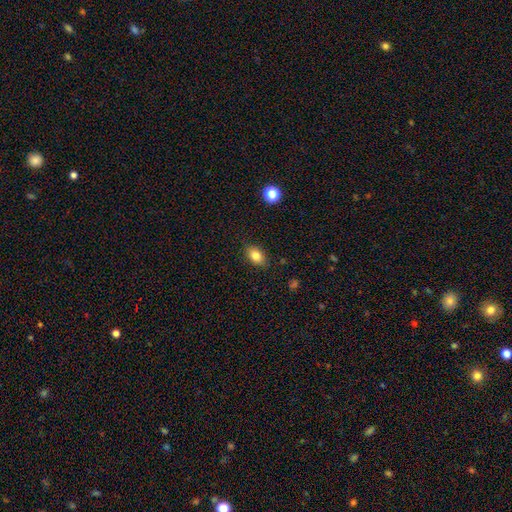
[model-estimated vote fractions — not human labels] Smooth or featured?
  - smooth: 82% *
  - star or artifact: 9%
  - featured or disk: 8%
How rounded?
  - in between: 82% *
  - round: 16%
  - cigar-shaped: 2%
Merging?
  - none: 86% *
  - minor disturbance: 11%
  - major disturbance: 2%
  - merger: 1%